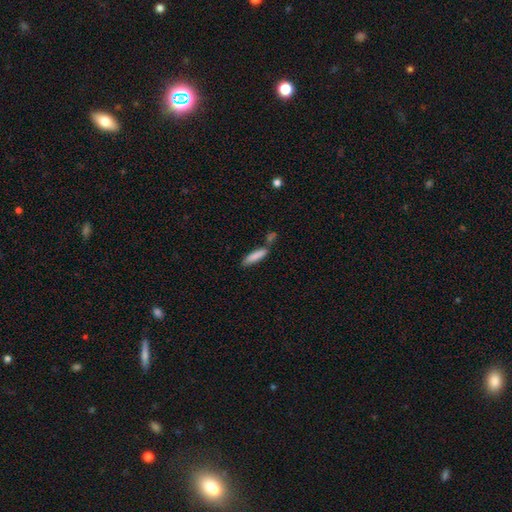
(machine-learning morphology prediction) smooth-or-featured: smooth: 85% | featured or disk: 9% | star or artifact: 6%
  how-rounded: cigar-shaped: 74% | in between: 24% | round: 2%
  merging: none: 61% | merger: 20% | minor disturbance: 14% | major disturbance: 4%